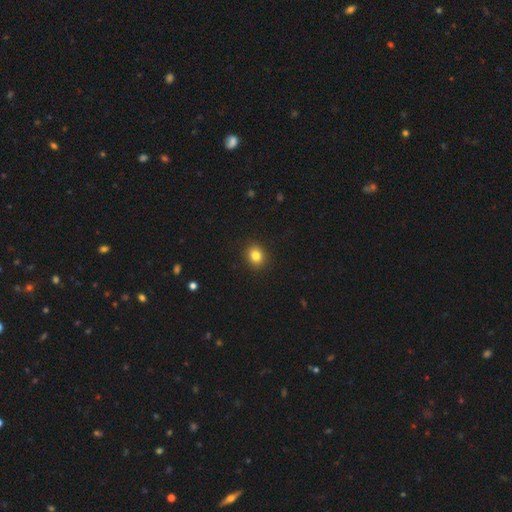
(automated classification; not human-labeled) Smooth or featured: smooth — 83% (star or artifact — 11%)
How rounded: round — 72% (in between — 28%)
Merging: none — 91% (minor disturbance — 6%)